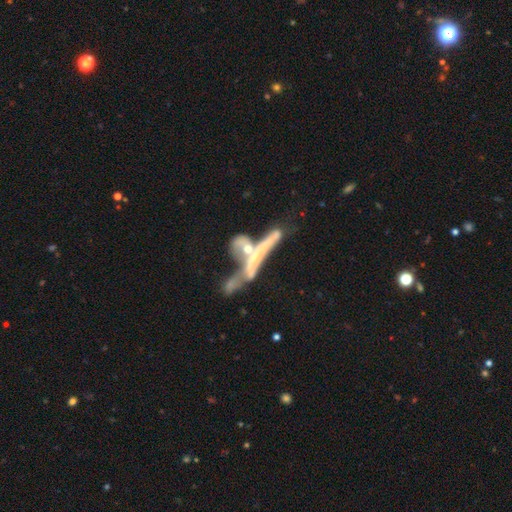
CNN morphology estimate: This appears to be a featured or disk galaxy (65%) viewed edge-on (59%). Merging: merger (54%).